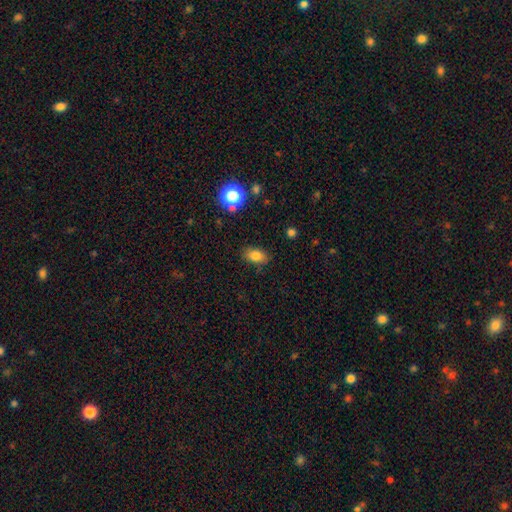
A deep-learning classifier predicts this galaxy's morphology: Smooth or featured?
  - smooth: 81% *
  - star or artifact: 11%
  - featured or disk: 8%
How rounded?
  - in between: 85% *
  - round: 12%
  - cigar-shaped: 2%
Merging?
  - none: 84% *
  - minor disturbance: 12%
  - major disturbance: 3%
  - merger: 2%